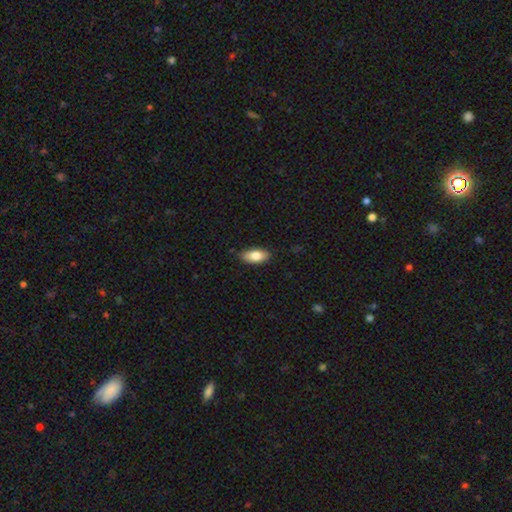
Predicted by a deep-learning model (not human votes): A smooth galaxy with no disk features (81%) that is in between round and cigar-shaped (89%).

Vote fractions:
- Smooth or featured? smooth: 81% / featured or disk: 13% / star or artifact: 7%
- How rounded? in between: 89% / cigar-shaped: 9% / round: 3%
- Merging? none: 86% / minor disturbance: 11% / major disturbance: 2% / merger: 1%